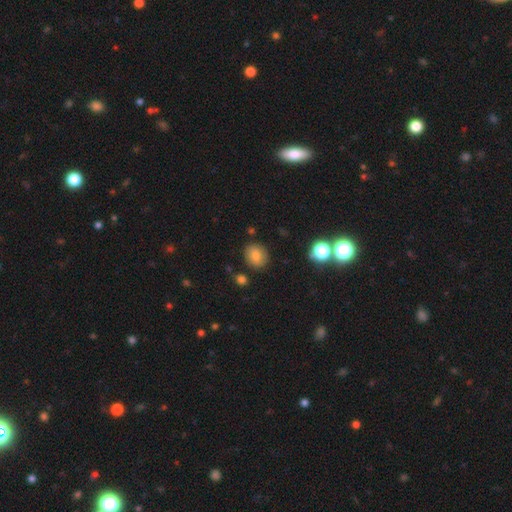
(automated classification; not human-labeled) This is likely a smooth galaxy (79%). How rounded: likely round (72%). Merging: clearly none (85%).